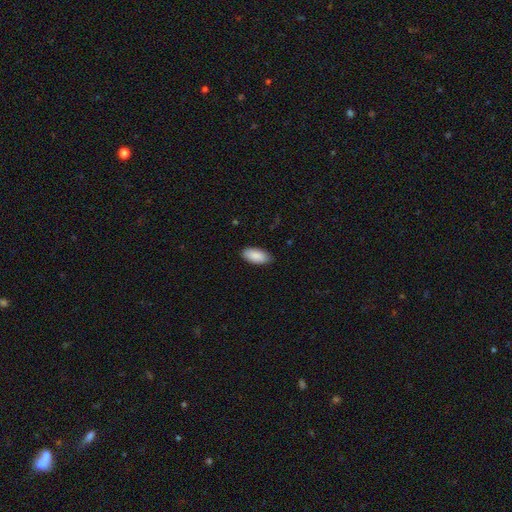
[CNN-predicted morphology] smooth_or_featured: smooth (p=0.90) [alt: star or artifact p=0.06]
how_rounded: in between (p=0.93) [alt: cigar-shaped p=0.05]
merging: none (p=0.87) [alt: minor disturbance p=0.10]